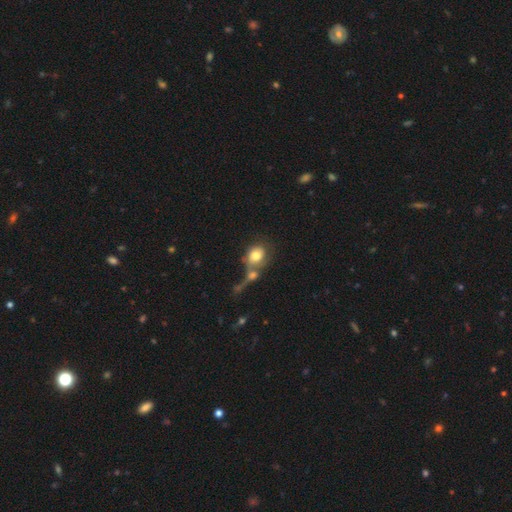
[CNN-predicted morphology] Smooth or featured? smooth (73%)
How rounded? round (59%)
Merging? merger (51%)